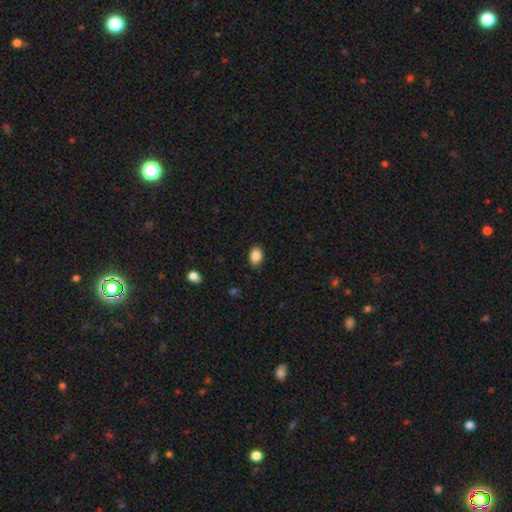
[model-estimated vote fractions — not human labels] smooth_or_featured: smooth (p=0.86) [alt: star or artifact p=0.08]
how_rounded: in between (p=0.84) [alt: round p=0.15]
merging: none (p=0.85) [alt: minor disturbance p=0.11]